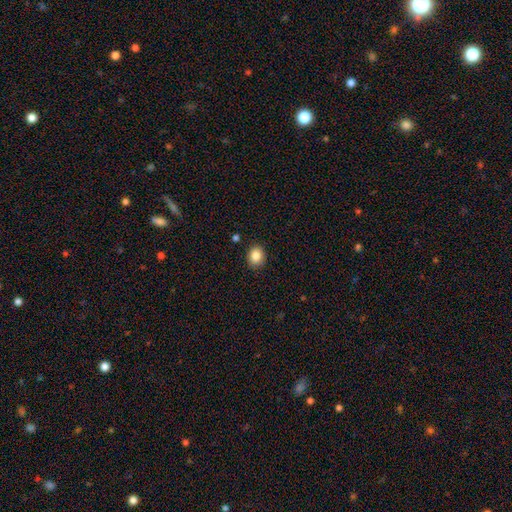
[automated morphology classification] A smooth galaxy with no disk features (85%) that is round (61%).

Vote fractions:
- Smooth or featured? smooth: 85% / star or artifact: 9% / featured or disk: 5%
- How rounded? round: 61% / in between: 39% / cigar-shaped: 1%
- Merging? none: 88% / minor disturbance: 8% / major disturbance: 2% / merger: 2%